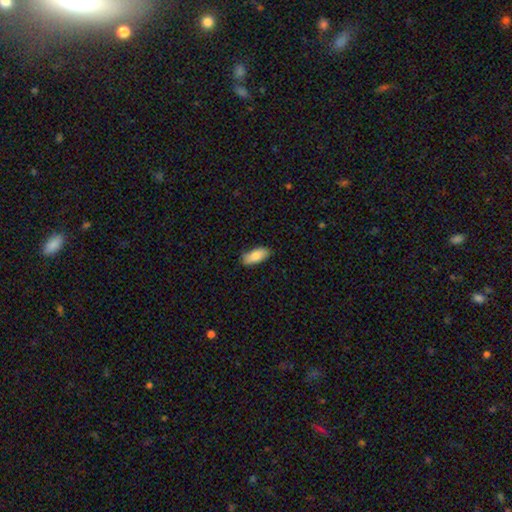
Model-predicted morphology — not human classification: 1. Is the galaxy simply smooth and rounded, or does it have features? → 86% smooth, 8% featured or disk, 6% star or artifact.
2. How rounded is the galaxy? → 85% in between, 13% cigar-shaped, 2% round.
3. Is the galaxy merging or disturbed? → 82% none, 14% minor disturbance, 2% major disturbance, 1% merger.